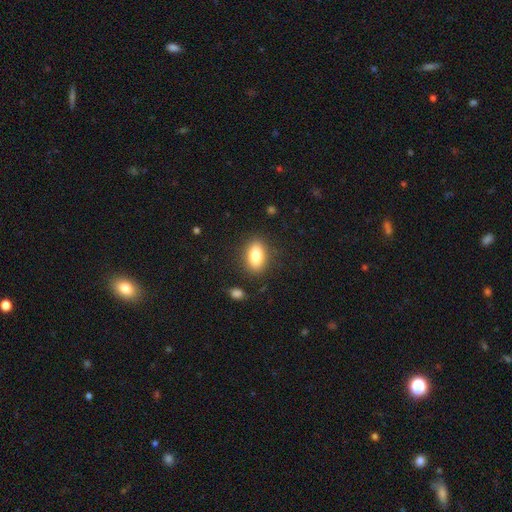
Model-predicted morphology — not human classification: Overall: smooth (82%). How rounded: in between (86%). Merging: none (85%).